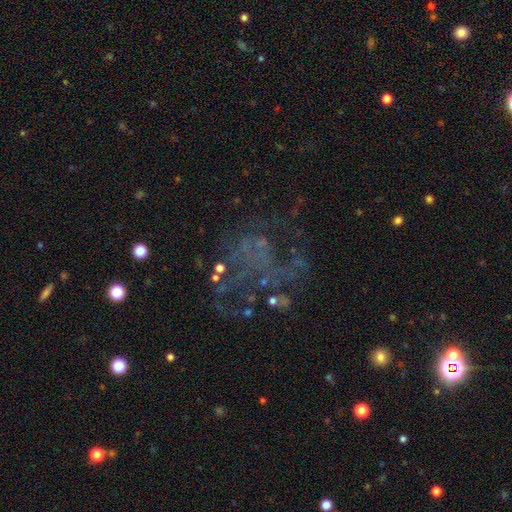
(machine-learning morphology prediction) Smooth or featured? featured or disk (49%)
Merging? none (45%)